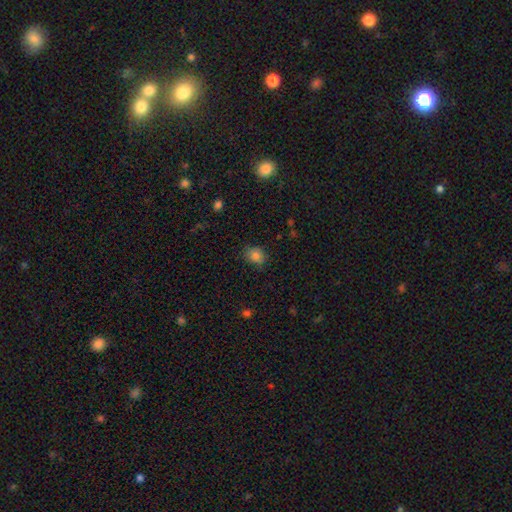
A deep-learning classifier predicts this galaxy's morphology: smooth-or-featured: smooth: 81% | star or artifact: 12% | featured or disk: 8%
  how-rounded: round: 63% | in between: 36% | cigar-shaped: 1%
  merging: none: 79% | minor disturbance: 16% | major disturbance: 3% | merger: 1%